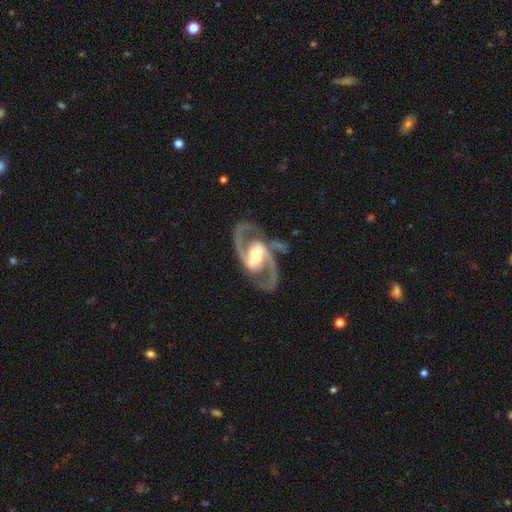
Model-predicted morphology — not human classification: smooth_or_featured: featured or disk (p=0.93) [alt: star or artifact p=0.04]
disk_edge_on: no (p=0.97) [alt: yes p=0.03]
bar: strong (p=0.44) [alt: weak p=0.38]
has_spiral_arms: yes (p=0.98) [alt: no p=0.02]
spiral_winding: medium (p=0.65) [alt: loose p=0.18]
spiral_arm_count: 2 (p=0.94) [alt: can't tell p=0.01]
bulge_size: moderate (p=0.40) [alt: large p=0.26]
merging: none (p=0.80) [alt: minor disturbance p=0.11]